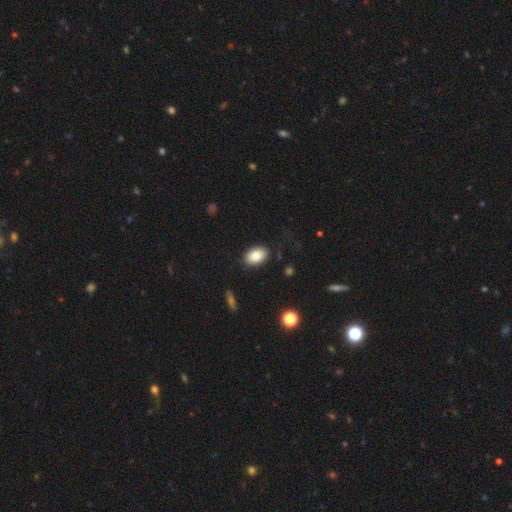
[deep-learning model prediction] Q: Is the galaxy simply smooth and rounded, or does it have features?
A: smooth — 81%.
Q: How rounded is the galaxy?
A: in between — 87%.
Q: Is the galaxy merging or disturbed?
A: none — 85%.